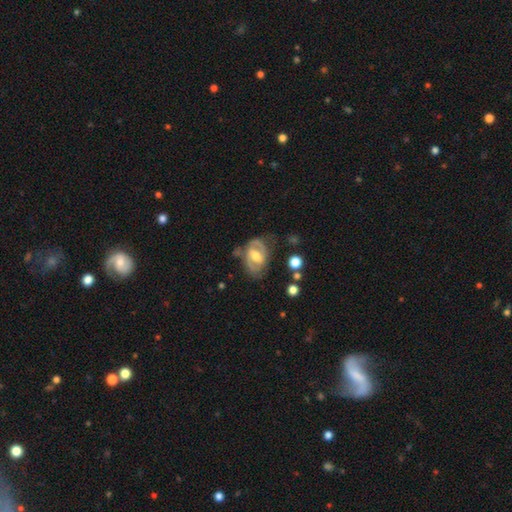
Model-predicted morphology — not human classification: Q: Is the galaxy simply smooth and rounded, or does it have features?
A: featured or disk — 74%.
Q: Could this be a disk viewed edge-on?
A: no — 96%.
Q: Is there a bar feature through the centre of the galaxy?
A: weak — 47%.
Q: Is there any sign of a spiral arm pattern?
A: yes — 79%.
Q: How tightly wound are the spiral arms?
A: medium — 45%.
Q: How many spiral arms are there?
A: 2 — 77%.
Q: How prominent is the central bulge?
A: moderate — 66%.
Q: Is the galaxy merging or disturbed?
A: none — 63%.